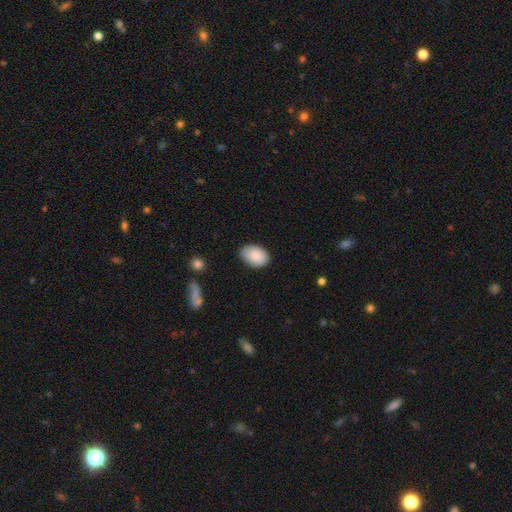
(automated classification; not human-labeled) smooth_or_featured: smooth (p=0.87) [alt: featured or disk p=0.07]
how_rounded: in between (p=0.88) [alt: round p=0.11]
merging: none (p=0.82) [alt: minor disturbance p=0.14]